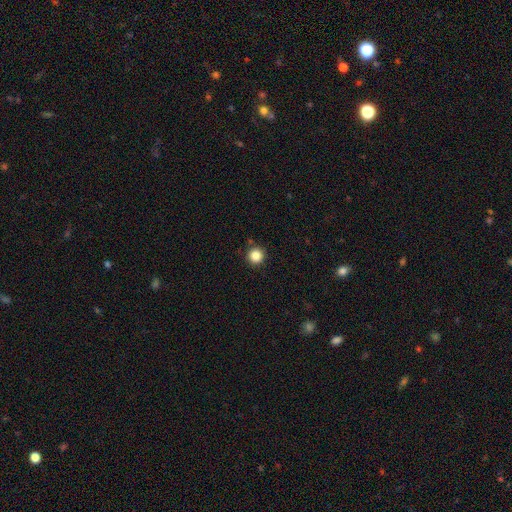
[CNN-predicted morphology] This is clearly a smooth galaxy (85%). How rounded: clearly round (96%). Merging: clearly none (91%).